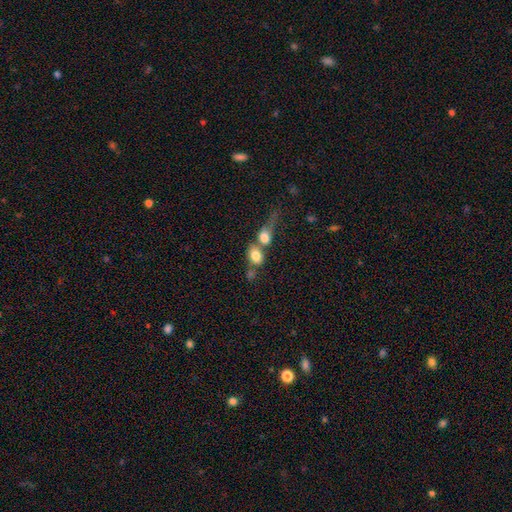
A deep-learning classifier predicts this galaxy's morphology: smooth_or_featured: smooth (p=0.78) [alt: featured or disk p=0.13]
how_rounded: in between (p=0.68) [alt: round p=0.29]
merging: merger (p=0.57) [alt: none p=0.27]